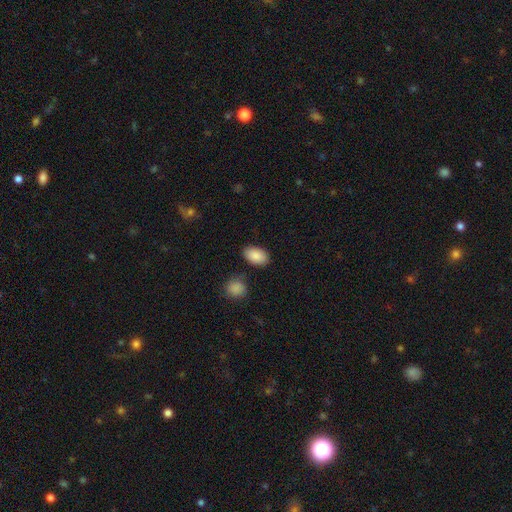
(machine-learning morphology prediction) A smooth galaxy with no disk features (89%) that is in between round and cigar-shaped (92%). Merging: none (83%).